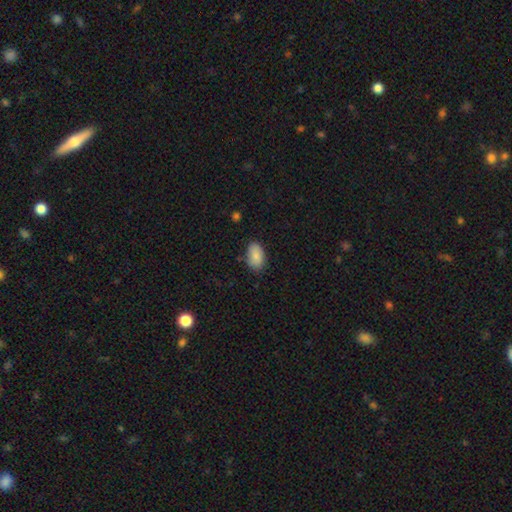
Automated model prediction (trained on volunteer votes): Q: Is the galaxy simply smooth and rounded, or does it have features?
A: smooth — 85%.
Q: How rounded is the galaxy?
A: in between — 92%.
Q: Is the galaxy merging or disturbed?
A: none — 77%.